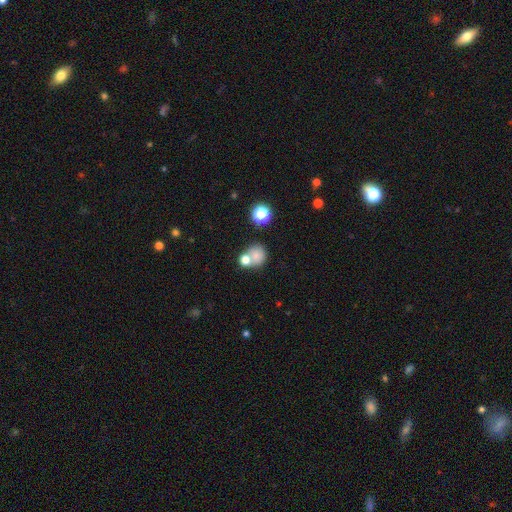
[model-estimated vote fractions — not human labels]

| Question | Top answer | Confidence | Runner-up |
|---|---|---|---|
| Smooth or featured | smooth | 73% | star or artifact (14%) |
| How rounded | round | 78% | in between (21%) |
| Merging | none | 45% | merger (38%) |